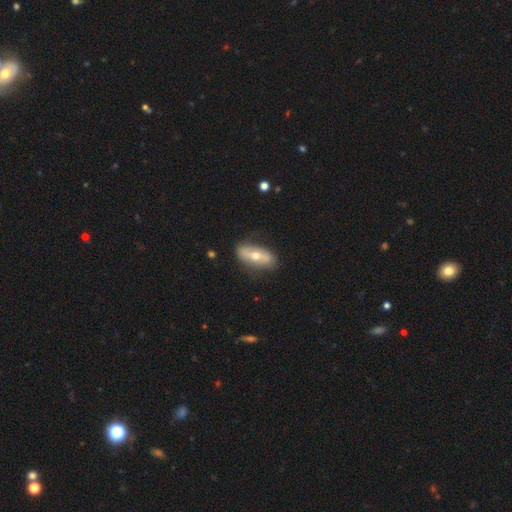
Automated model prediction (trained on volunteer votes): Overall: featured or disk (52%; smooth 41%). Edge-on disk: no (69%; yes 31%). Merging: none (80%).